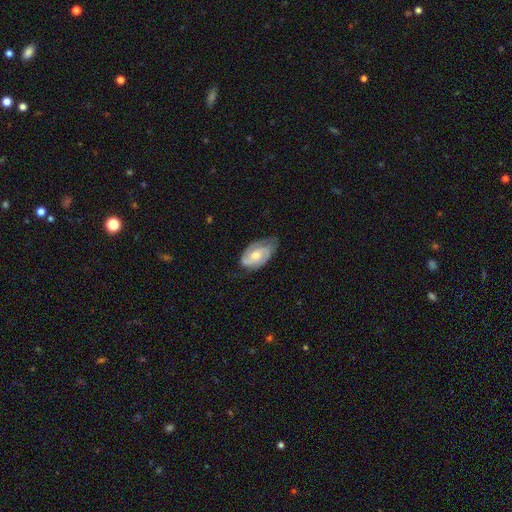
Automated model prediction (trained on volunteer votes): featured or disk 70%, smooth 25%, star or artifact 6%. Down the decision tree: edge-on disk — no (96%); bar — no (65%); spiral arms — yes (92%); spiral arm count — 2 (61%); spiral winding — tight (52%); bulge size — moderate (57%); merging — none (61%).